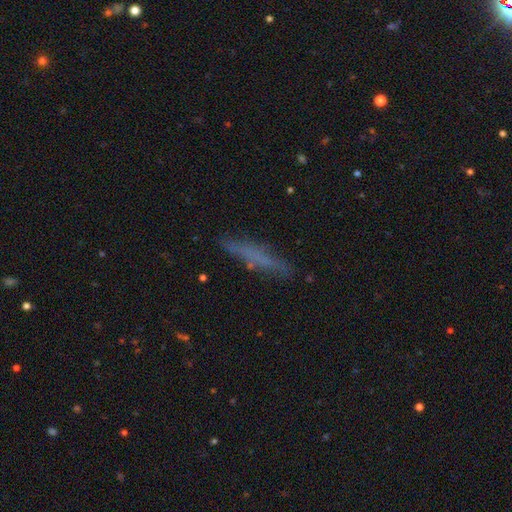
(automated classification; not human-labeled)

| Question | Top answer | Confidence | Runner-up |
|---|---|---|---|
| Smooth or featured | smooth | 52% | featured or disk (37%) |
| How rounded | cigar-shaped | 89% | in between (9%) |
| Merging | none | 79% | minor disturbance (14%) |